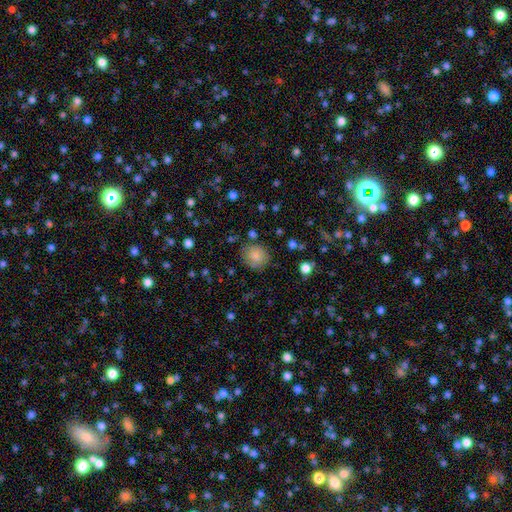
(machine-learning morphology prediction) Smooth or featured? smooth (81%)
How rounded? round (78%)
Merging? none (75%)